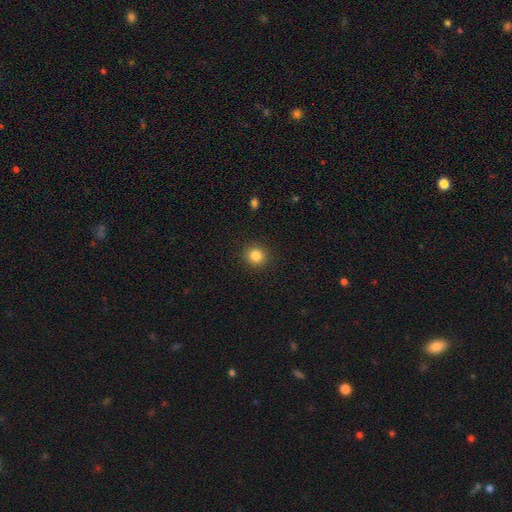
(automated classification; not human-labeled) The model was most divided on "smooth or featured": smooth: 84%, star or artifact: 11%, featured or disk: 5%. More confident: merging — none (91%); how rounded — round (91%).